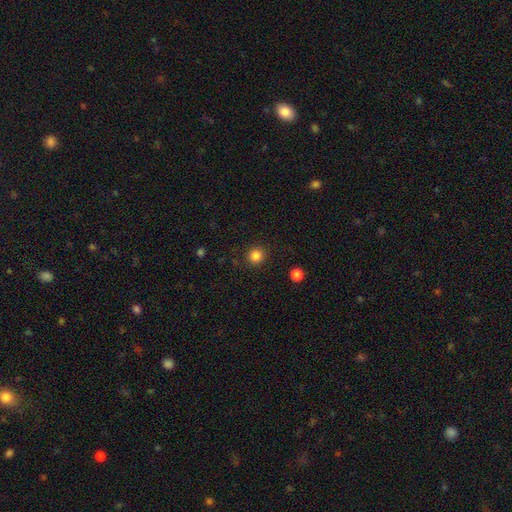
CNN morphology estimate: A smooth galaxy with no disk features (84%) that is round (93%). Merging: none (90%).